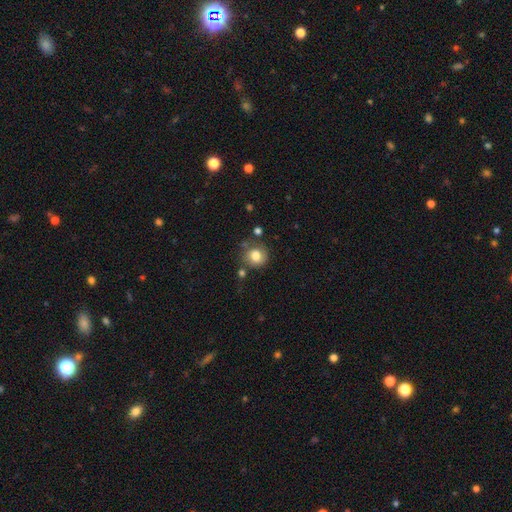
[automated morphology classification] This is likely a smooth galaxy (79%). How rounded: clearly round (84%). Merging: likely none (68%).